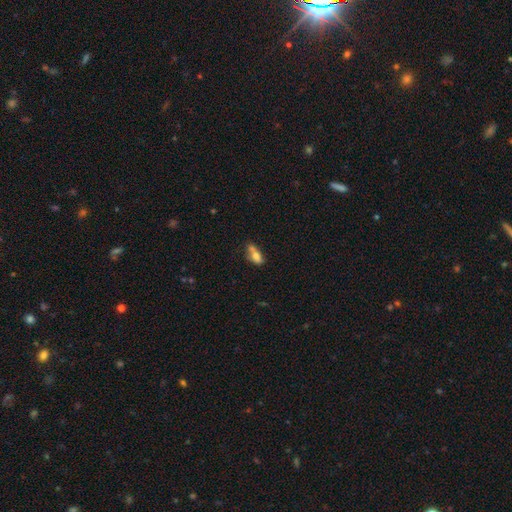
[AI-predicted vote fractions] A smooth galaxy with no disk features (67%) that is in between round and cigar-shaped (77%).

Vote fractions:
- Smooth or featured? smooth: 67% / featured or disk: 23% / star or artifact: 10%
- How rounded? in between: 77% / cigar-shaped: 16% / round: 7%
- Merging? merger: 36% / none: 34% / minor disturbance: 20% / major disturbance: 9%